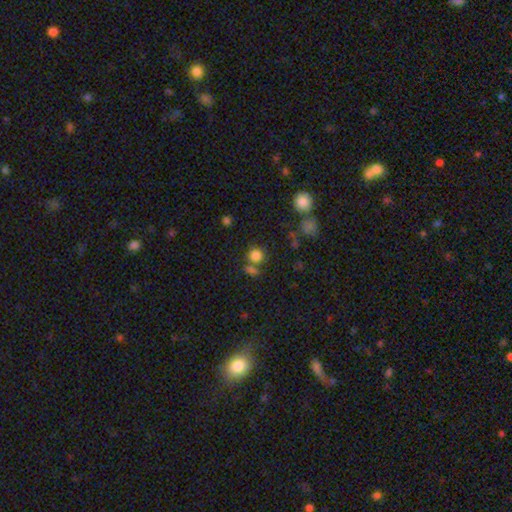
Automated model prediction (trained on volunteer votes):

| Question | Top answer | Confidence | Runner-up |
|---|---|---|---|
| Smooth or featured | smooth | 80% | star or artifact (14%) |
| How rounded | round | 87% | in between (12%) |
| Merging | none | 65% | merger (21%) |